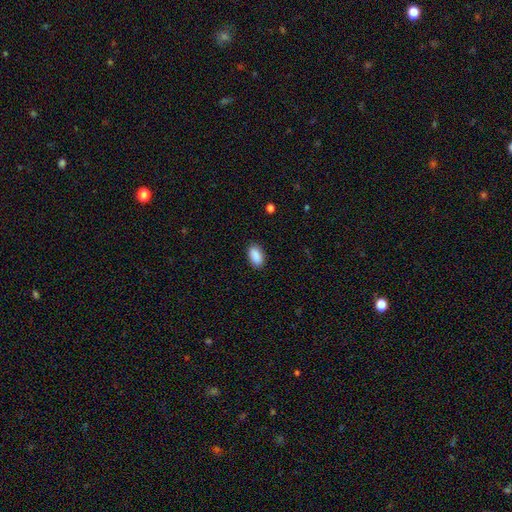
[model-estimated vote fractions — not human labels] Smooth or featured? Predicted: smooth (p=0.90). How rounded? Predicted: in between (p=0.93). Merging? Predicted: none (p=0.87).